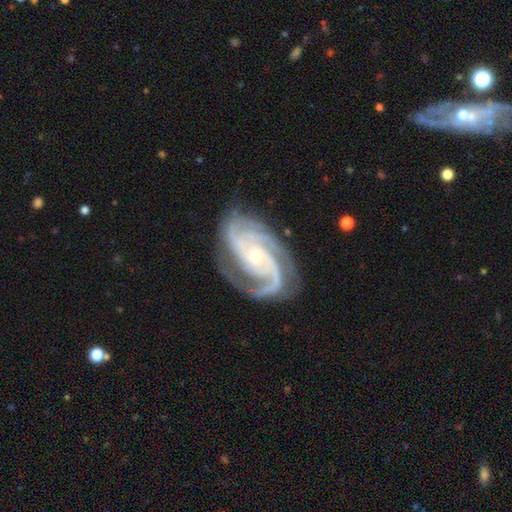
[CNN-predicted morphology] Smooth or featured? Predicted: featured or disk (p=0.93). Edge-on disk? Predicted: no (p=0.97). Bar? Predicted: no (p=0.65). Spiral arms? Predicted: yes (p=0.99). Spiral winding? Predicted: tight (p=0.57). Spiral arm count? Predicted: 3 (p=0.54). Bulge size? Predicted: small (p=0.71). Merging? Predicted: none (p=0.75).